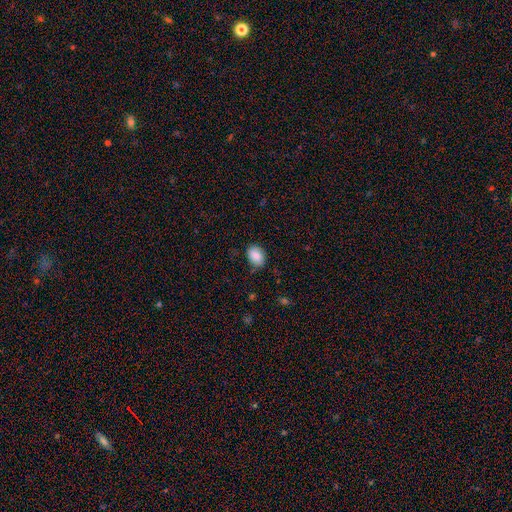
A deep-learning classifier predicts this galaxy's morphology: Q: Smooth or featured?
A: smooth (86%); runner-up: star or artifact (8%)
Q: How rounded?
A: in between (73%); runner-up: round (26%)
Q: Merging?
A: none (80%); runner-up: minor disturbance (16%)